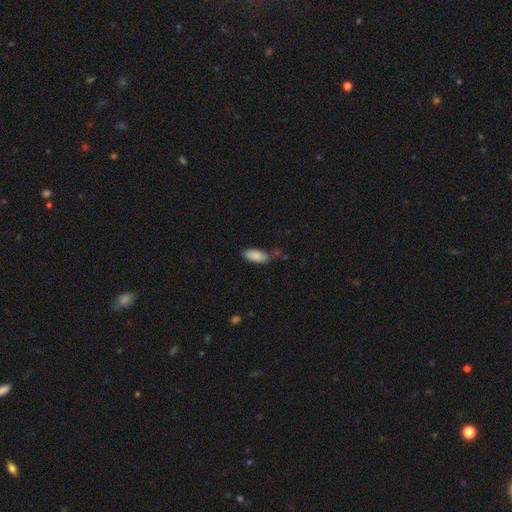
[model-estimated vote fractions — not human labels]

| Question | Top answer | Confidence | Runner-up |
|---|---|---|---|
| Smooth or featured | smooth | 88% | star or artifact (7%) |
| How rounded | in between | 87% | cigar-shaped (11%) |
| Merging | none | 67% | minor disturbance (22%) |